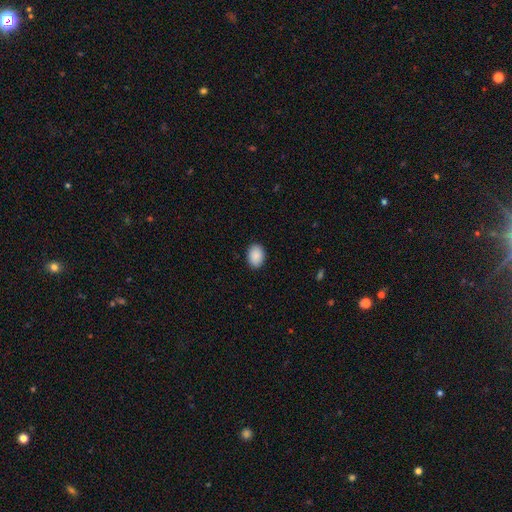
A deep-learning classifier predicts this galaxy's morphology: Q: Smooth or featured?
A: smooth (91%); runner-up: star or artifact (7%)
Q: How rounded?
A: in between (79%); runner-up: round (20%)
Q: Merging?
A: none (89%); runner-up: minor disturbance (8%)